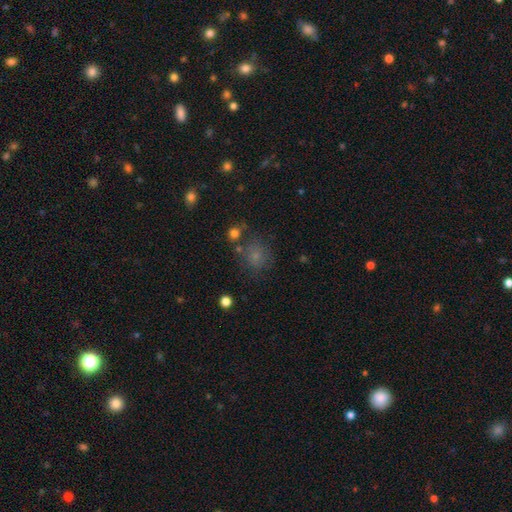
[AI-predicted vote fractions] smooth-or-featured: smooth: 69% | star or artifact: 20% | featured or disk: 12%
  how-rounded: round: 83% | in between: 16% | cigar-shaped: 1%
  merging: none: 70% | minor disturbance: 14% | merger: 8% | major disturbance: 7%